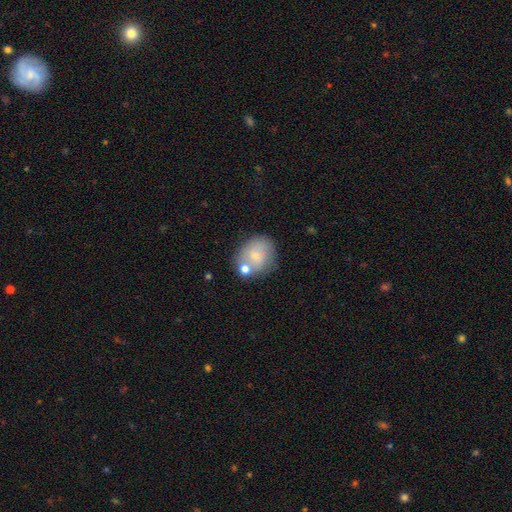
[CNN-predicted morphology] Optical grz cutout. It shows a smooth galaxy with no disk features (70%) that is round (65%). Merging: none (55%).